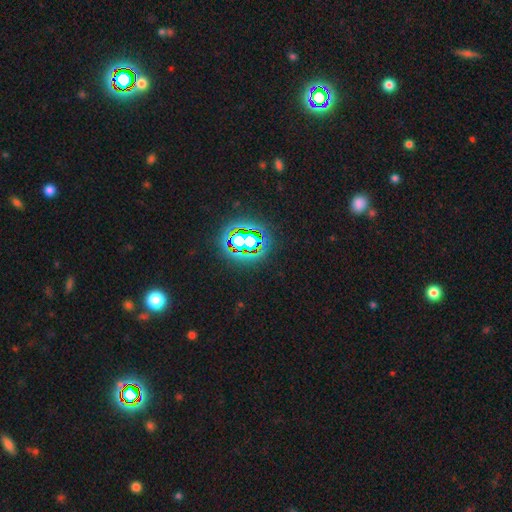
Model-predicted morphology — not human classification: star or artifact 78%, smooth 14%, featured or disk 8%.